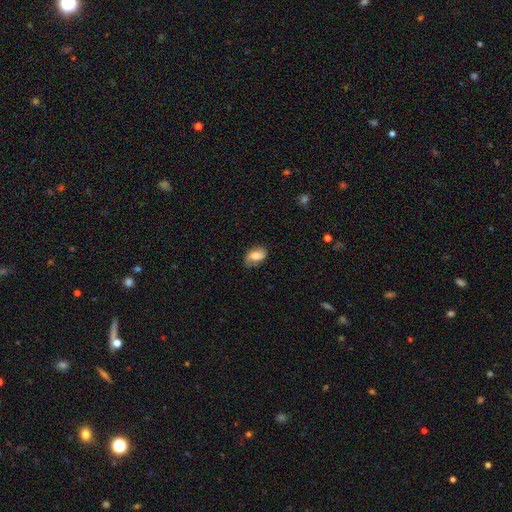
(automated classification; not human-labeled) smooth_or_featured: smooth (p=0.62) [alt: featured or disk p=0.30]
how_rounded: in between (p=0.87) [alt: round p=0.11]
merging: none (p=0.70) [alt: minor disturbance p=0.22]